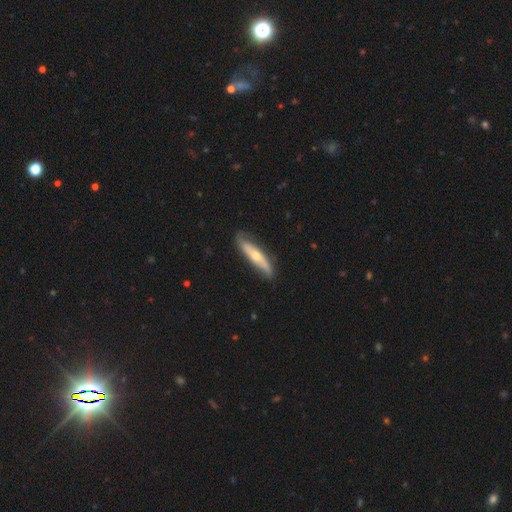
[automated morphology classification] Smooth or featured? Predicted: featured or disk (p=0.54). Edge-on disk? Predicted: yes (p=0.64). Merging? Predicted: none (p=0.77).